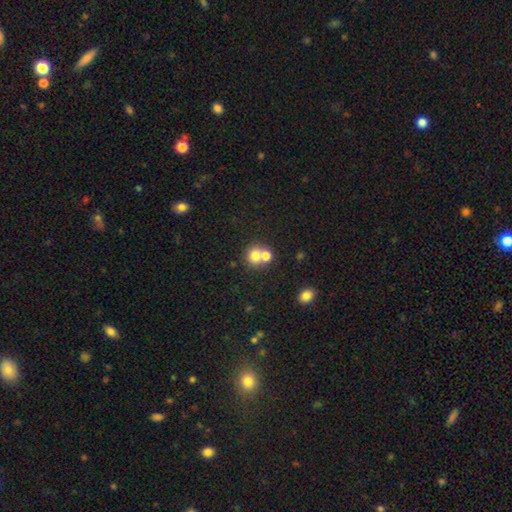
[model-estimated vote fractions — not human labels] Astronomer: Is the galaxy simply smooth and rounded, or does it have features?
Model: smooth — 75%.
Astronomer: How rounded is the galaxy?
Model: round — 82%.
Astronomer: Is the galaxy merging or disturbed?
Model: merger — 51% (runner-up: none, 40%).